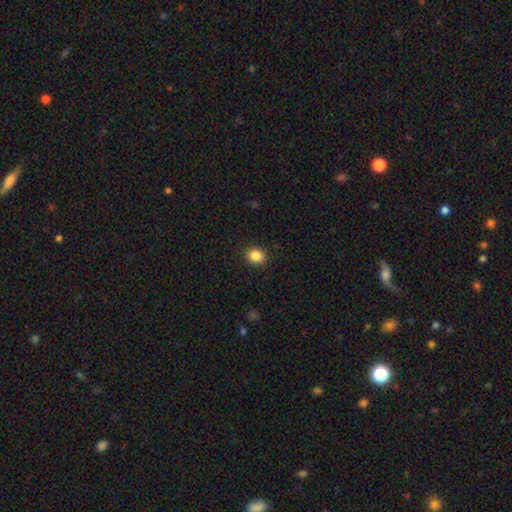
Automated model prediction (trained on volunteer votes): Q: Smooth or featured?
A: smooth (86%); runner-up: star or artifact (10%)
Q: How rounded?
A: round (69%); runner-up: in between (30%)
Q: Merging?
A: none (91%); runner-up: minor disturbance (6%)